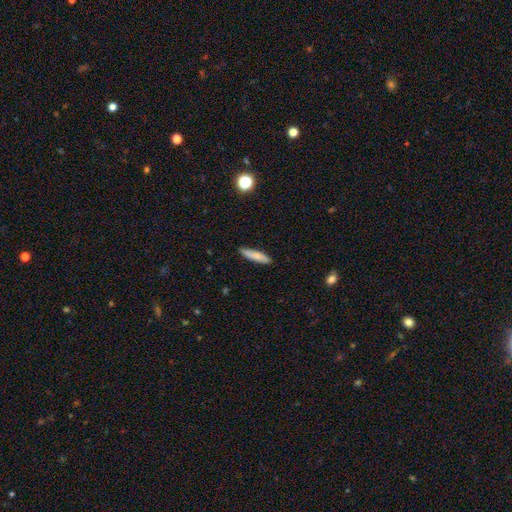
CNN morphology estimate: Overall: smooth (80%). How rounded: cigar-shaped (80%). Merging: none (86%).